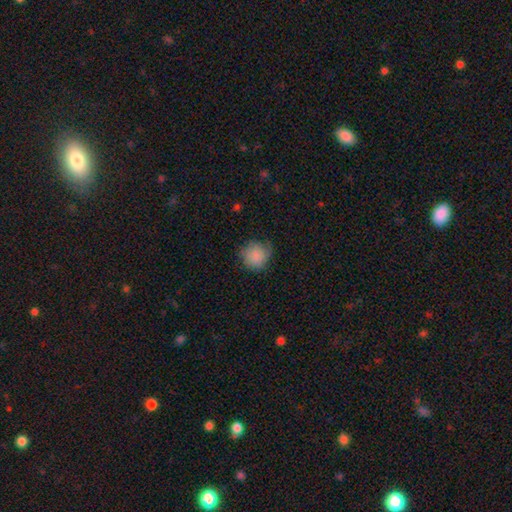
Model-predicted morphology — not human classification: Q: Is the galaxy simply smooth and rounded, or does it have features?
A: smooth — 84%.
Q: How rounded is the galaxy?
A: round — 88%.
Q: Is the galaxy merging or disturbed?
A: none — 66%.